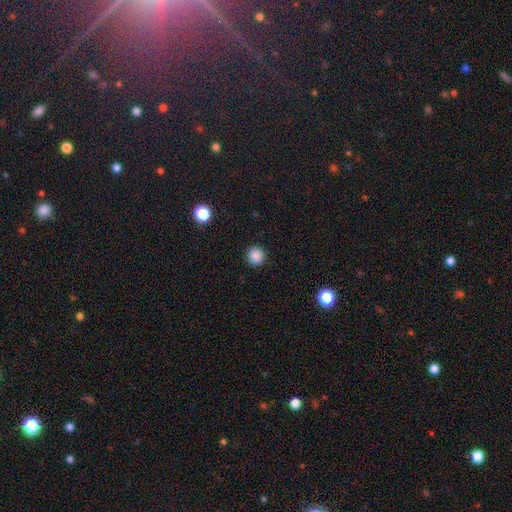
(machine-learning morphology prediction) smooth-or-featured: smooth: 87% | star or artifact: 10% | featured or disk: 2%
  how-rounded: round: 92% | in between: 7% | cigar-shaped: 1%
  merging: none: 92% | minor disturbance: 5% | major disturbance: 2% | merger: 1%